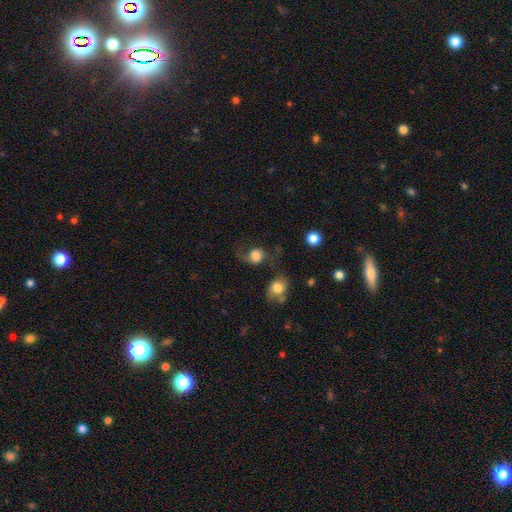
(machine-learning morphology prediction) A smooth galaxy with no disk features (58%) that is round (71%).

Vote fractions:
- Smooth or featured? smooth: 58% / featured or disk: 31% / star or artifact: 10%
- How rounded? round: 71% / in between: 28% / cigar-shaped: 1%
- Merging? none: 40% / major disturbance: 28% / minor disturbance: 21% / merger: 12%